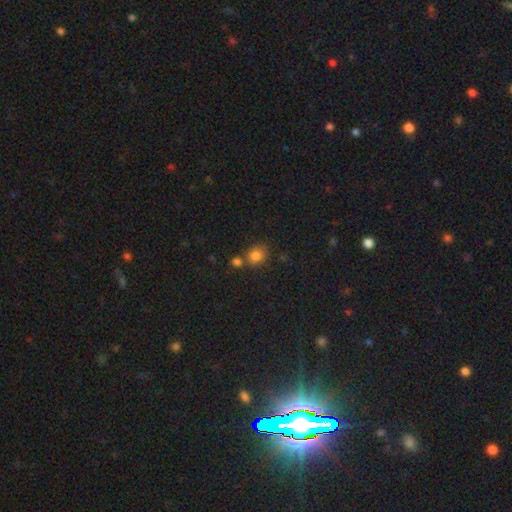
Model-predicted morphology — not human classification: Smooth or featured: smooth — 81% (star or artifact — 12%)
How rounded: round — 64% (in between — 35%)
Merging: none — 63% (merger — 20%)